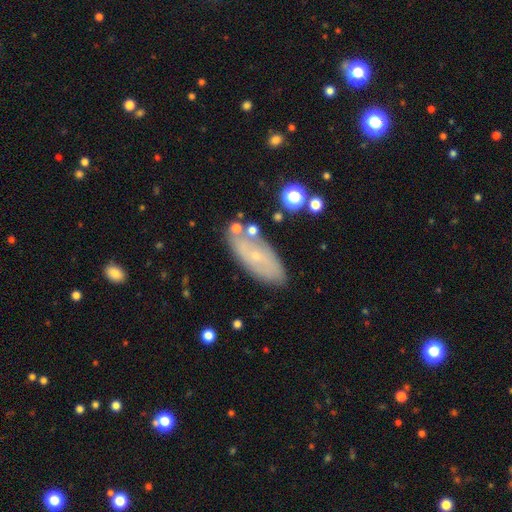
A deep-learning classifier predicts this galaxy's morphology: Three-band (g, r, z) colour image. It shows a smooth galaxy with no disk features (47%). Merging: none (73%).